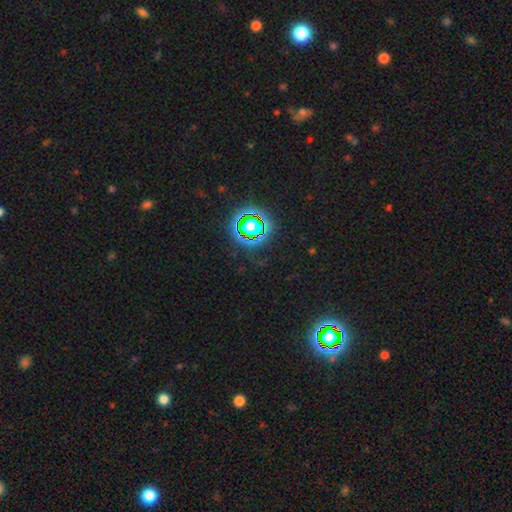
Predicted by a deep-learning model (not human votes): This is likely a star or artifact rather than a galaxy (80%).